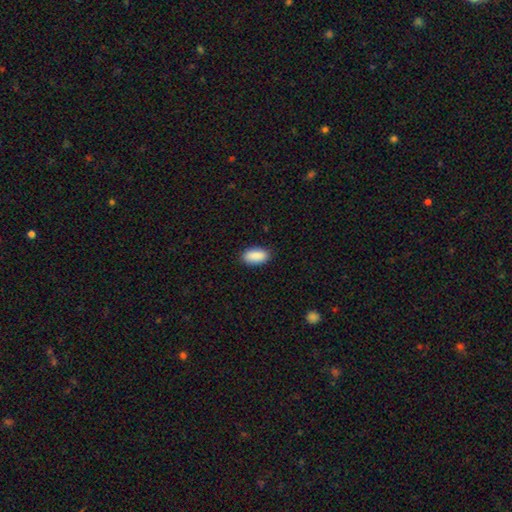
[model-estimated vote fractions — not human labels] Q: Smooth or featured?
A: smooth (91%); runner-up: star or artifact (6%)
Q: How rounded?
A: in between (93%); runner-up: cigar-shaped (5%)
Q: Merging?
A: none (89%); runner-up: minor disturbance (8%)